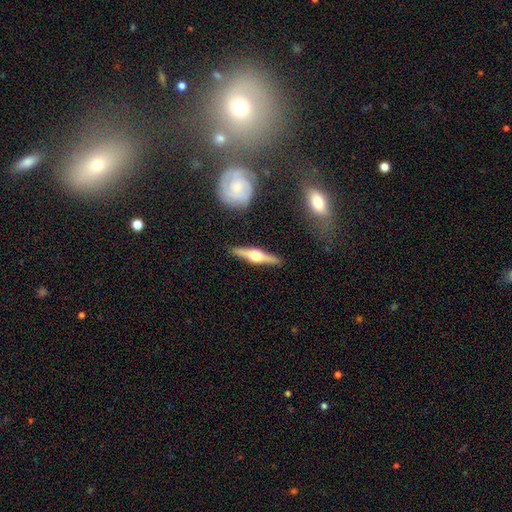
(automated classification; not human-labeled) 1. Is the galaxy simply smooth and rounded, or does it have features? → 73% featured or disk, 21% smooth, 5% star or artifact.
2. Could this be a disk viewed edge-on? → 97% yes, 3% no.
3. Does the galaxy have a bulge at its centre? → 94% rounded, 4% boxy, 2% none.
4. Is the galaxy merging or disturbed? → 89% none, 8% minor disturbance, 2% merger, 2% major disturbance.